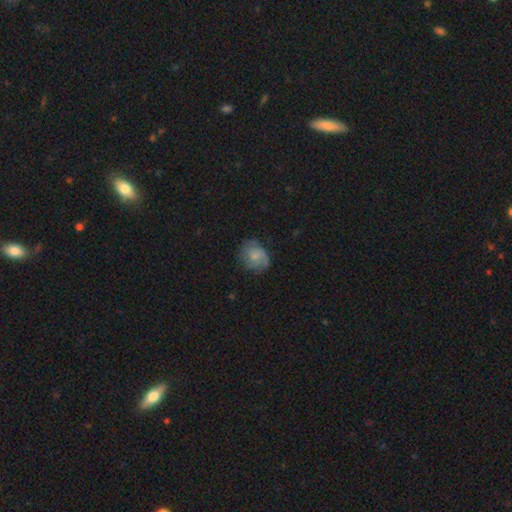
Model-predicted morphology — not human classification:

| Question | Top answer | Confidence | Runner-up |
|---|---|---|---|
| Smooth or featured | smooth | 51% | featured or disk (40%) |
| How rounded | round | 59% | in between (40%) |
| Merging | none | 58% | minor disturbance (27%) |